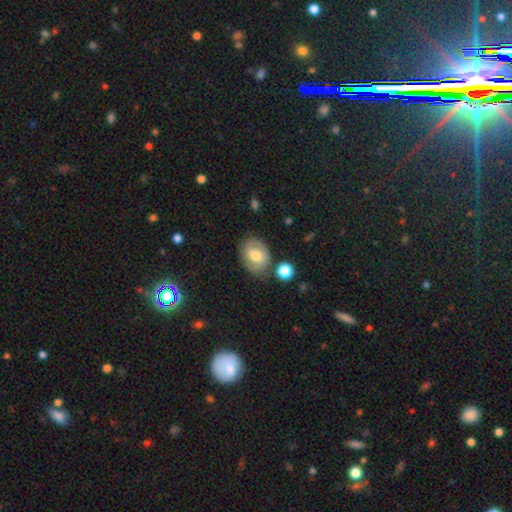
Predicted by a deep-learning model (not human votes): Q: Smooth or featured?
A: smooth (55%); runner-up: featured or disk (36%)
Q: How rounded?
A: in between (67%); runner-up: round (32%)
Q: Merging?
A: none (69%); runner-up: minor disturbance (19%)